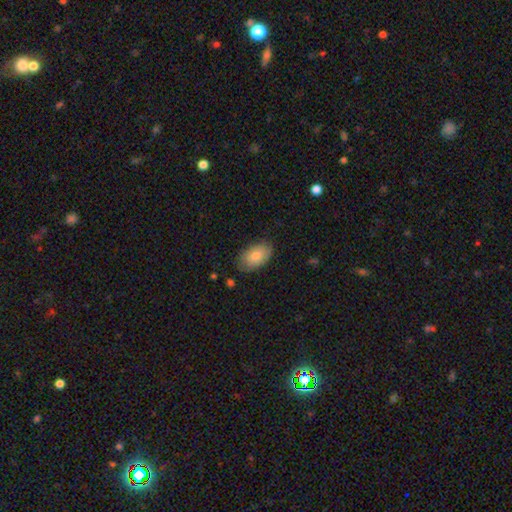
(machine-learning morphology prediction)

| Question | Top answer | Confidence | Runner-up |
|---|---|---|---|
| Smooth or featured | smooth | 80% | featured or disk (13%) |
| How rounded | in between | 93% | round (6%) |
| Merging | none | 83% | minor disturbance (14%) |